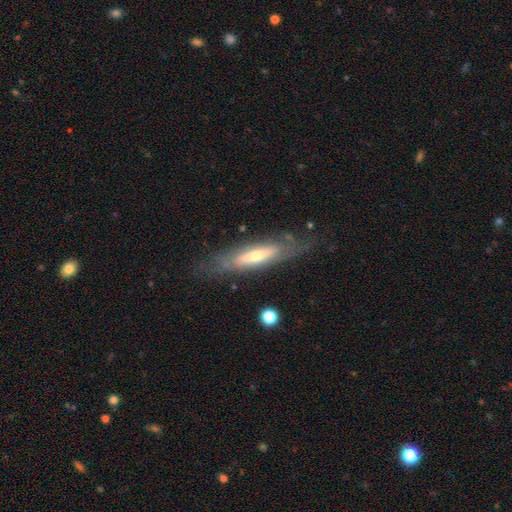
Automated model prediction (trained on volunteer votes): This appears to be a featured or disk galaxy (62%) viewed edge-on (57%). Merging: none (76%).